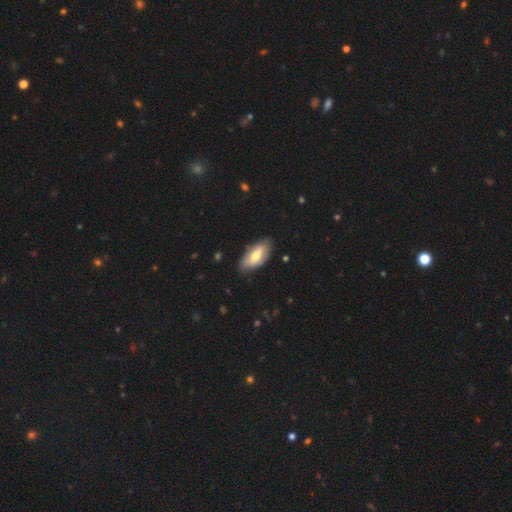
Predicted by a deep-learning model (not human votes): smooth-or-featured: smooth: 61% | featured or disk: 33% | star or artifact: 6%
  how-rounded: in between: 88% | cigar-shaped: 10% | round: 2%
  merging: none: 77% | minor disturbance: 18% | major disturbance: 3% | merger: 1%